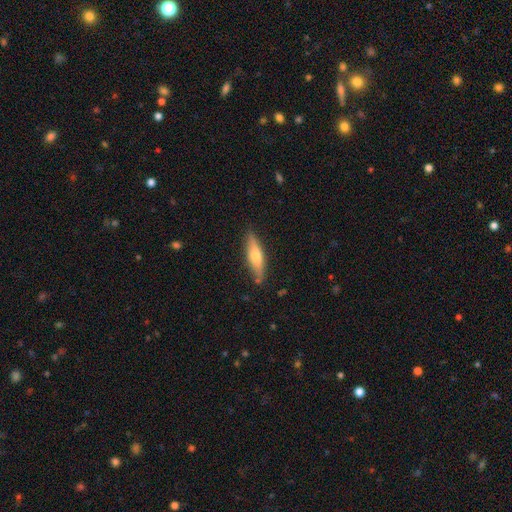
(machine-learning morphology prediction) Q: Smooth or featured?
A: smooth (50%); runner-up: featured or disk (43%)
Q: How rounded?
A: cigar-shaped (70%); runner-up: in between (28%)
Q: Merging?
A: none (83%); runner-up: minor disturbance (13%)